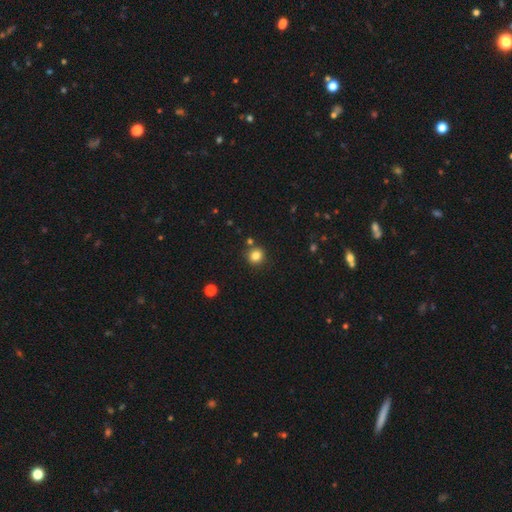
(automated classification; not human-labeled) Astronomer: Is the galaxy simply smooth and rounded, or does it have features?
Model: smooth — 83%.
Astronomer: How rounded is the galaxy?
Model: round — 88%.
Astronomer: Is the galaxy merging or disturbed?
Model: none — 83%.